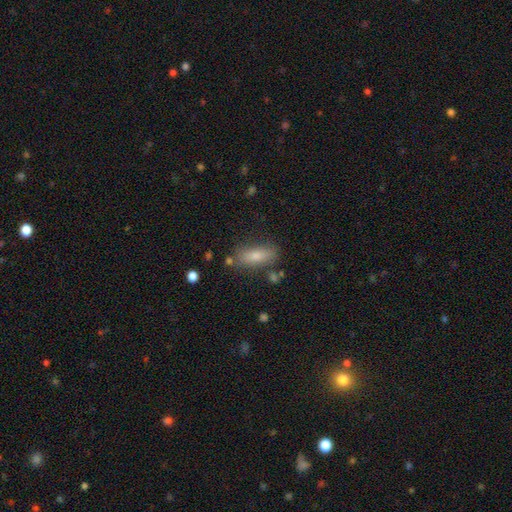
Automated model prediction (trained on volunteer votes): This appears to be a smooth galaxy with no disk features (73%) that is in between round and cigar-shaped (64%). Merging: none (77%).